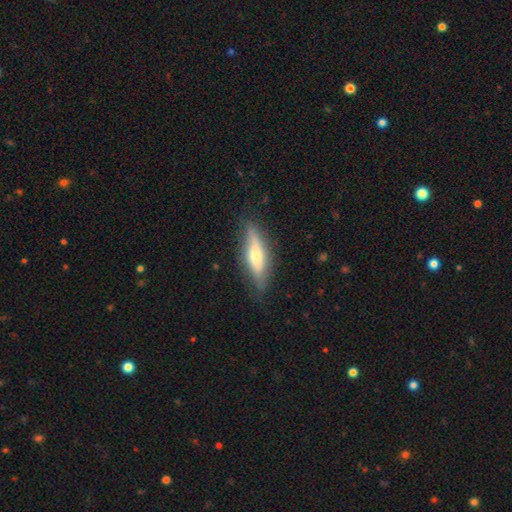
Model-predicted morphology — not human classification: smooth-or-featured: smooth: 54% | featured or disk: 40% | star or artifact: 6%
  how-rounded: cigar-shaped: 60% | in between: 38% | round: 2%
  merging: none: 79% | minor disturbance: 16% | major disturbance: 3% | merger: 1%